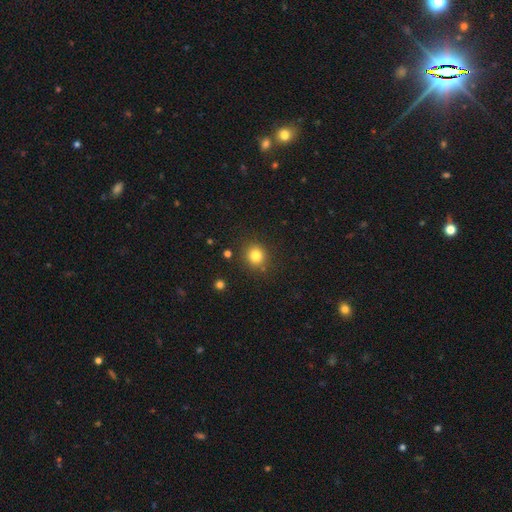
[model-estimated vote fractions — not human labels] Smooth or featured: smooth — 81% (star or artifact — 13%)
How rounded: round — 87% (in between — 12%)
Merging: none — 87% (minor disturbance — 8%)